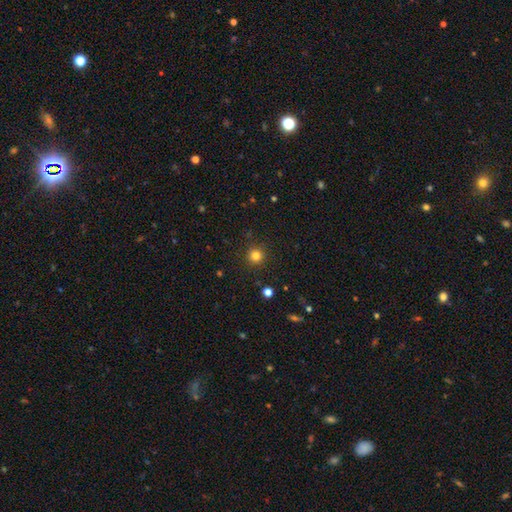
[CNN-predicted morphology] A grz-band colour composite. It shows a smooth galaxy with no disk features (81%) that is round (95%). Merging: none (91%).